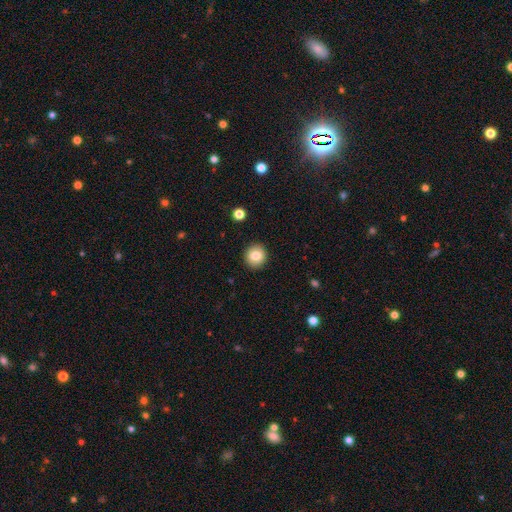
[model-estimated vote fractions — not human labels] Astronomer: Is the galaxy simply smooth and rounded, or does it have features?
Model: smooth — 83%.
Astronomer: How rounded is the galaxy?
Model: round — 92%.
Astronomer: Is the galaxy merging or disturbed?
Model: none — 92%.